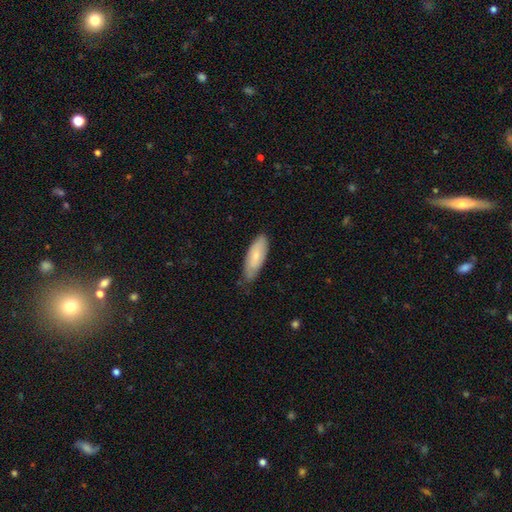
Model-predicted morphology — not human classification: Q: Smooth or featured?
A: smooth (70%); runner-up: featured or disk (25%)
Q: How rounded?
A: in between (67%); runner-up: cigar-shaped (31%)
Q: Merging?
A: none (69%); runner-up: minor disturbance (26%)